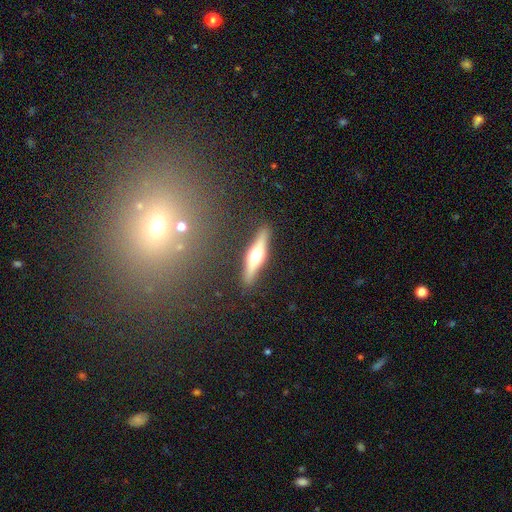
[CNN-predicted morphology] This is likely a featured or disk galaxy (60%). It is clearly viewed edge-on (94%). Edge-on bulge: clearly rounded (94%). Merging: clearly none (88%).